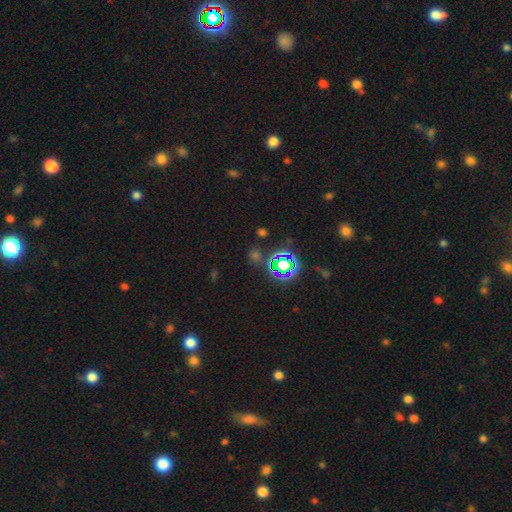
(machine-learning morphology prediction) smooth-or-featured: star or artifact: 65% | smooth: 27% | featured or disk: 7%